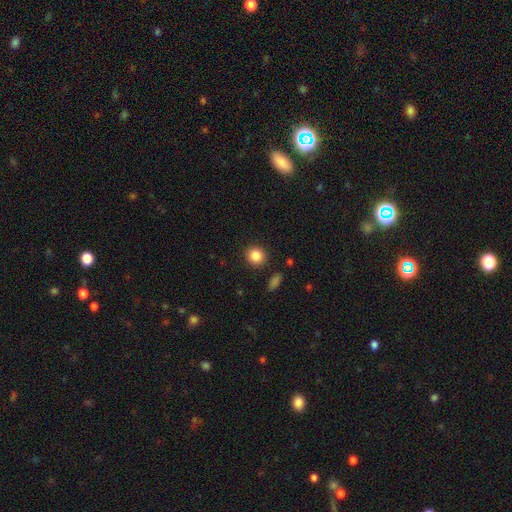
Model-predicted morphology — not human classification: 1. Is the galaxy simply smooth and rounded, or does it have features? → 86% smooth, 9% star or artifact, 5% featured or disk.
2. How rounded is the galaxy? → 87% round, 12% in between, 1% cigar-shaped.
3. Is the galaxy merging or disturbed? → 89% none, 6% minor disturbance, 2% major disturbance, 2% merger.